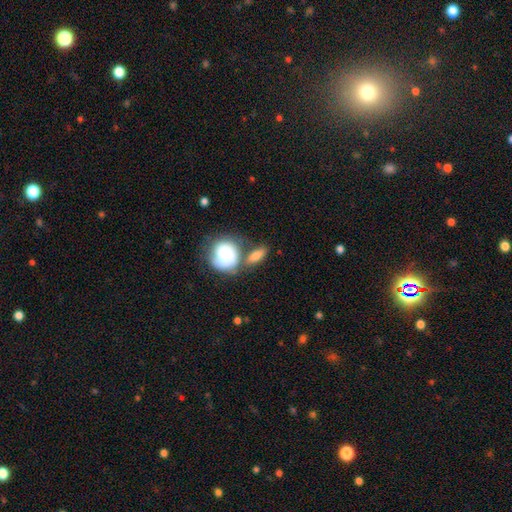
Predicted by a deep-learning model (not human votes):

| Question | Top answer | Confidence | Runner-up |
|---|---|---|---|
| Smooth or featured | smooth | 76% | featured or disk (17%) |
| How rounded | in between | 60% | round (24%) |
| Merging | none | 49% | merger (29%) |